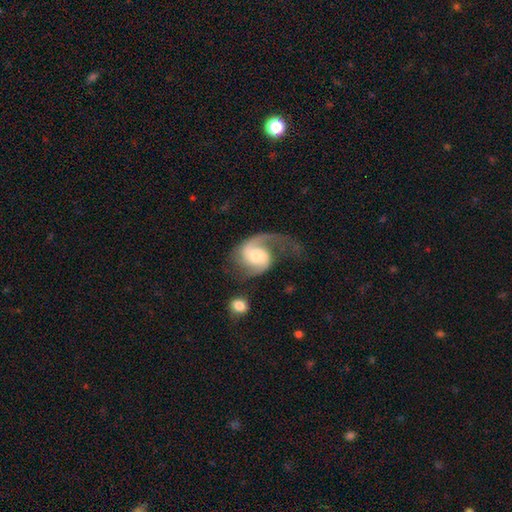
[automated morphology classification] Q: Smooth or featured?
A: featured or disk (85%); runner-up: smooth (11%)
Q: Edge-on disk?
A: no (98%); runner-up: yes (2%)
Q: Bar?
A: no (49%); runner-up: weak (41%)
Q: Spiral arms?
A: yes (96%); runner-up: no (4%)
Q: Spiral winding?
A: medium (44%); runner-up: loose (42%)
Q: Spiral arm count?
A: 2 (67%); runner-up: 1 (26%)
Q: Bulge size?
A: moderate (52%); runner-up: small (27%)
Q: Merging?
A: none (41%); runner-up: major disturbance (35%)